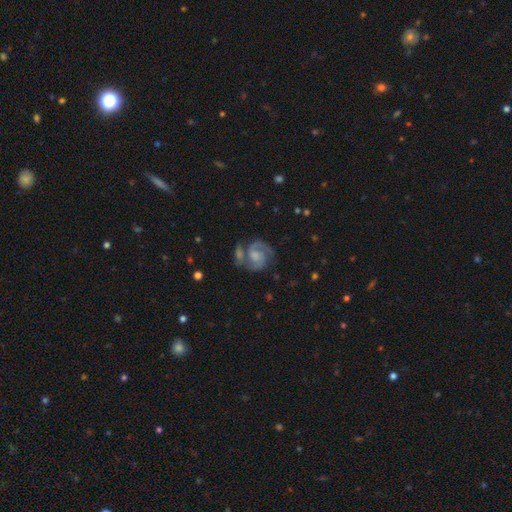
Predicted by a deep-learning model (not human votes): smooth_or_featured: featured or disk (p=0.84) [alt: smooth p=0.10]
disk_edge_on: no (p=0.98) [alt: yes p=0.02]
bar: no (p=0.59) [alt: weak p=0.34]
has_spiral_arms: yes (p=0.96) [alt: no p=0.04]
spiral_winding: medium (p=0.52) [alt: tight p=0.36]
spiral_arm_count: 2 (p=0.85) [alt: can't tell p=0.04]
bulge_size: moderate (p=0.32) [alt: small p=0.28]
merging: none (p=0.54) [alt: merger p=0.18]